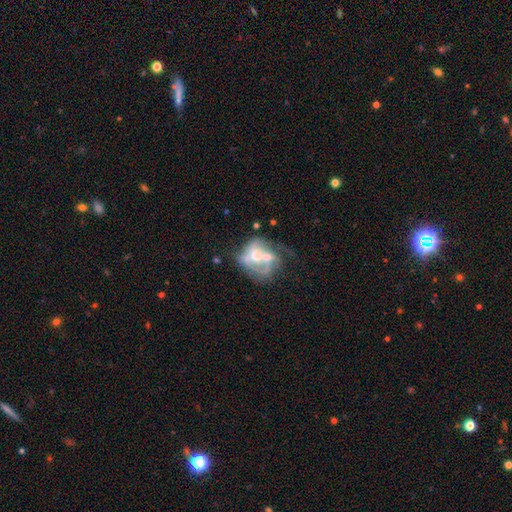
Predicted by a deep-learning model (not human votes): Smooth or featured: featured or disk — 65% (smooth — 28%)
Edge-on disk: no — 97% (yes — 3%)
Bar: no — 74% (weak — 21%)
Spiral arms: no — 56% (yes — 44%)
Bulge size: moderate — 66% (large — 14%)
Merging: merger — 55% (major disturbance — 18%)